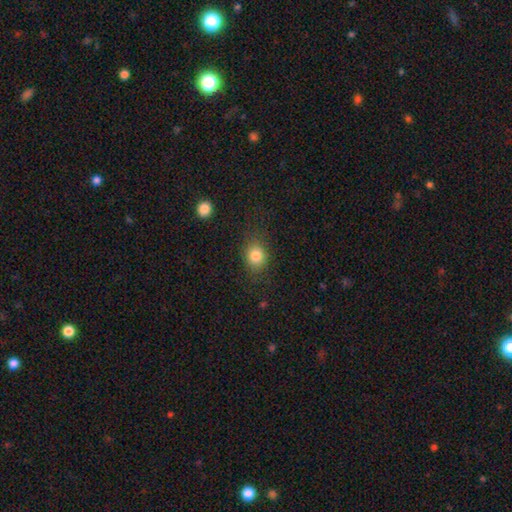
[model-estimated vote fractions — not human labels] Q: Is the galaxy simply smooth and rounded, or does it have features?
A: smooth — 83%.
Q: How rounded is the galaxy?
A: round — 58%.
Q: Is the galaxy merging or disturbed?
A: none — 79%.